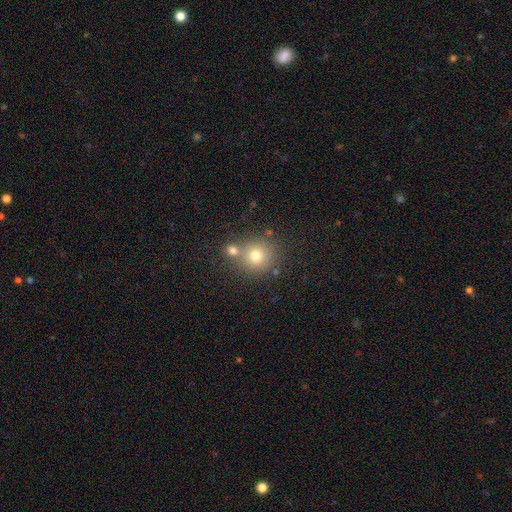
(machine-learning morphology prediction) Smooth or featured?
  - smooth: 74% *
  - star or artifact: 15%
  - featured or disk: 11%
How rounded?
  - round: 91% *
  - in between: 8%
  - cigar-shaped: 1%
Merging?
  - none: 64% *
  - merger: 24%
  - minor disturbance: 9%
  - major disturbance: 3%